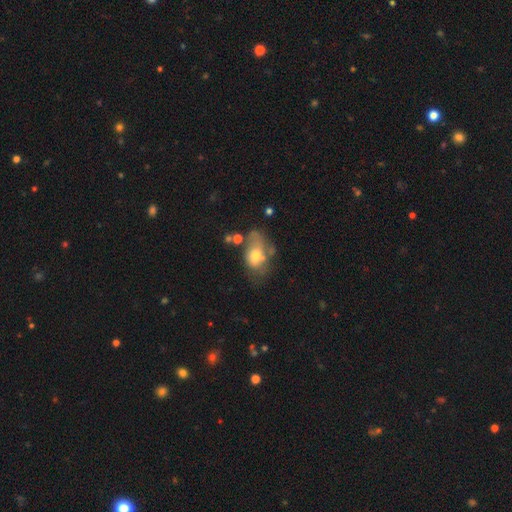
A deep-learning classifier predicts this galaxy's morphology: A smooth galaxy with no disk features (58%) that is in between round and cigar-shaped (83%). Merging: major disturbance (29%).